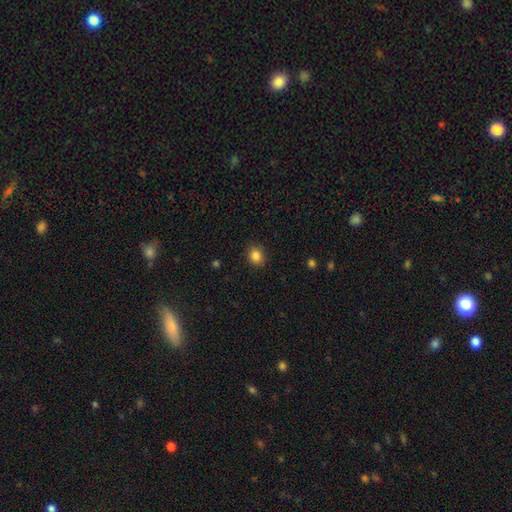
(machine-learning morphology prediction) A smooth galaxy with no disk features (85%) that is round (66%). Merging: none (89%).